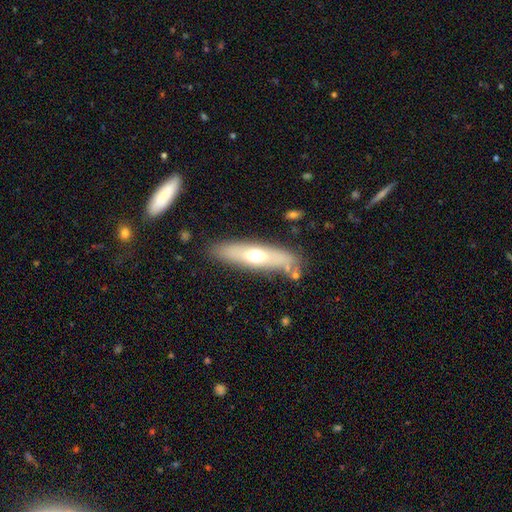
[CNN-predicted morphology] Smooth or featured?
  - smooth: 53% *
  - featured or disk: 41%
  - star or artifact: 6%
How rounded?
  - cigar-shaped: 67% *
  - in between: 31%
  - round: 2%
Merging?
  - none: 79% *
  - minor disturbance: 13%
  - merger: 4%
  - major disturbance: 4%